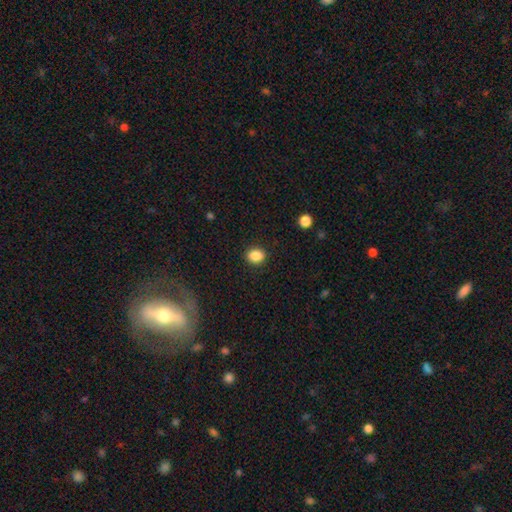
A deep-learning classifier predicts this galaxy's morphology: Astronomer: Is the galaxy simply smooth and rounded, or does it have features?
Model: smooth — 87%.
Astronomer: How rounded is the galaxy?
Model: round — 51% (runner-up: in between, 48%).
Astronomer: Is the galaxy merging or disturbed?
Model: none — 89%.